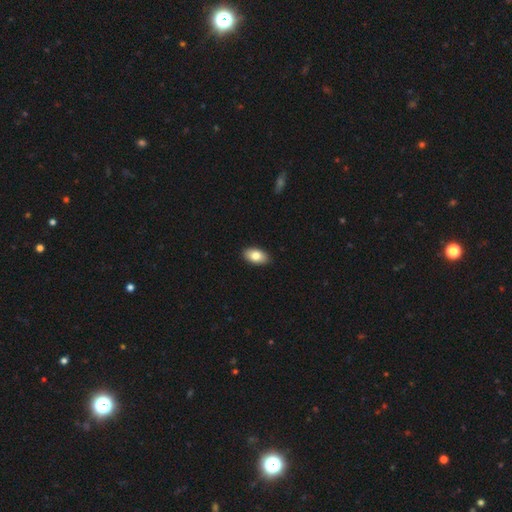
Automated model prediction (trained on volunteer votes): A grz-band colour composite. It shows a smooth galaxy with no disk features (82%) that is in between round and cigar-shaped (93%). Merging: none (90%).